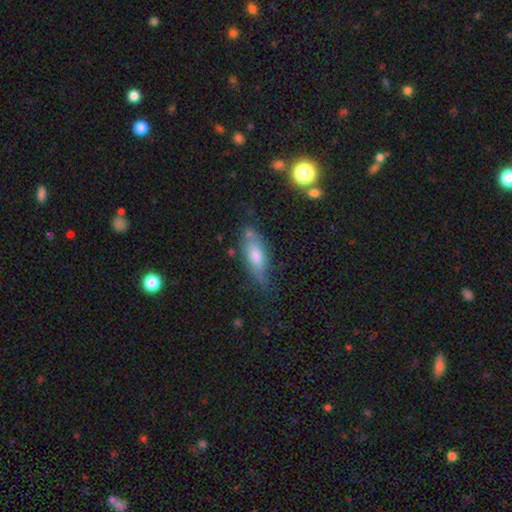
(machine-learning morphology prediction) The model was most divided on "smooth or featured": smooth: 59%, featured or disk: 32%, star or artifact: 9%. More confident: how rounded — in between (64%); merging — none (63%).